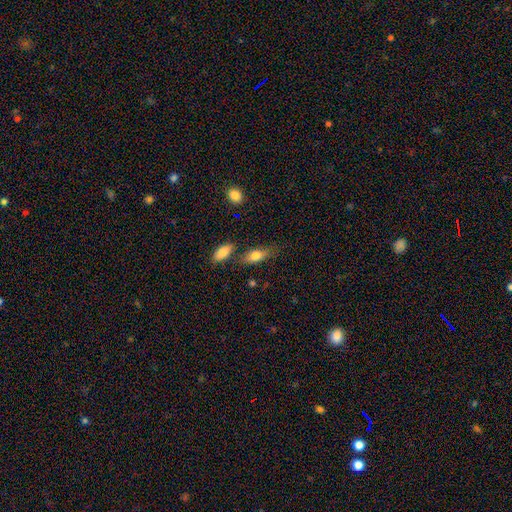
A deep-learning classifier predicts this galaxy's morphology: Q: Smooth or featured?
A: smooth (76%); runner-up: featured or disk (17%)
Q: How rounded?
A: in between (76%); runner-up: cigar-shaped (19%)
Q: Merging?
A: none (66%); runner-up: minor disturbance (18%)